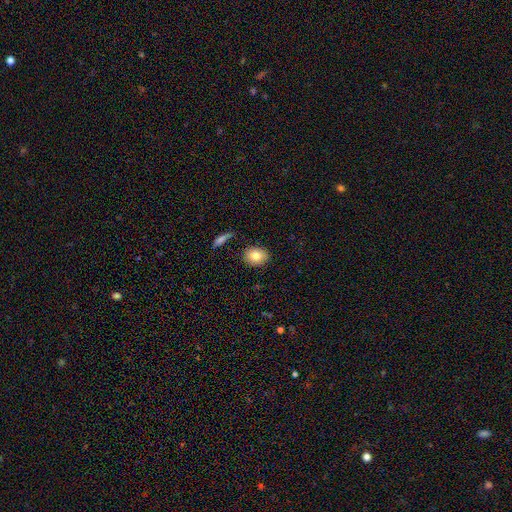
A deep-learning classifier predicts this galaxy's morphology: Smooth or featured: smooth — 81% (featured or disk — 11%)
How rounded: in between — 53% (round — 45%)
Merging: none — 85% (minor disturbance — 10%)